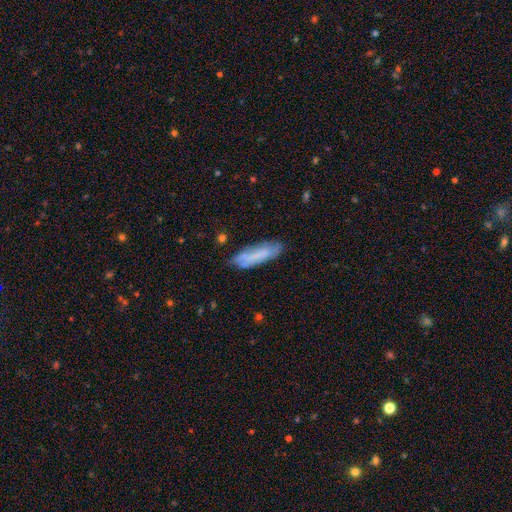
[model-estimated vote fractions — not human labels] Smooth or featured: smooth — 65% (featured or disk — 27%)
How rounded: cigar-shaped — 61% (in between — 38%)
Merging: none — 70% (minor disturbance — 22%)